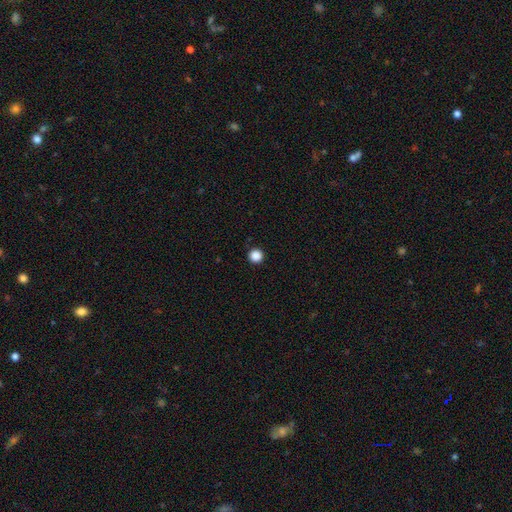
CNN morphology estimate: Smooth or featured? Predicted: smooth (p=0.87). How rounded? Predicted: round (p=0.97). Merging? Predicted: none (p=0.93).